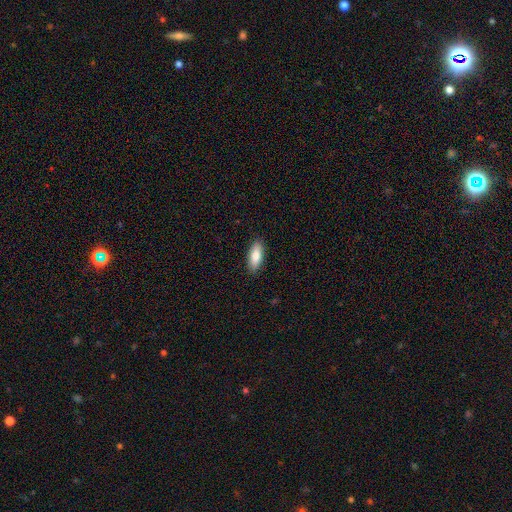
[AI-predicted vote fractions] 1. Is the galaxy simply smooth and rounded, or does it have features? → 81% smooth, 13% featured or disk, 6% star or artifact.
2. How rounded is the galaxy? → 74% in between, 24% cigar-shaped, 2% round.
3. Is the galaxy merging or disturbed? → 90% none, 8% minor disturbance, 2% major disturbance, 1% merger.